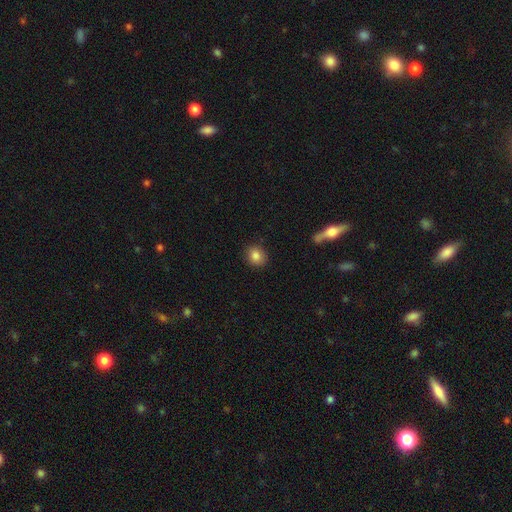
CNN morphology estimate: A smooth galaxy with no disk features (85%) that is round (64%). Merging: none (87%).